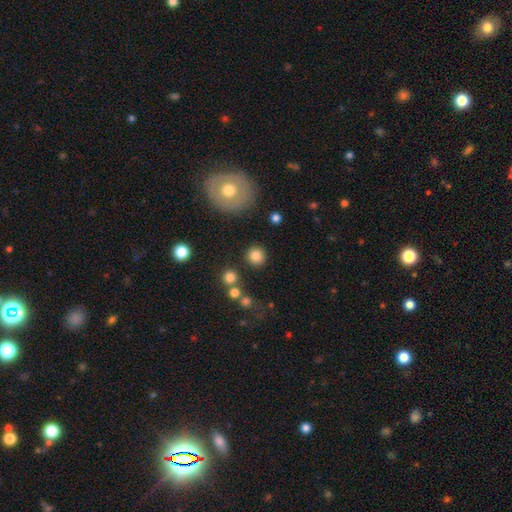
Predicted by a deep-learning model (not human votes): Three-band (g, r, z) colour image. It shows a smooth galaxy with no disk features (83%) that is round (91%). Merging: none (87%).